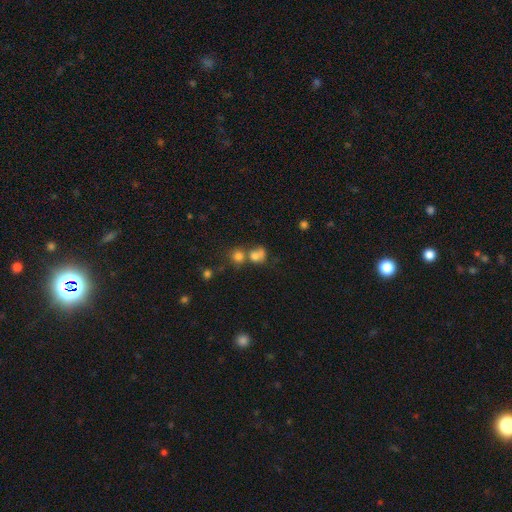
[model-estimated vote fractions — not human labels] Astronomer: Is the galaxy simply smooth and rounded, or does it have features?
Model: smooth — 70%.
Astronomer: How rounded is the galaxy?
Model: round — 69%.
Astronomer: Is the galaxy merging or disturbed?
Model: merger — 47% (runner-up: none, 34%).